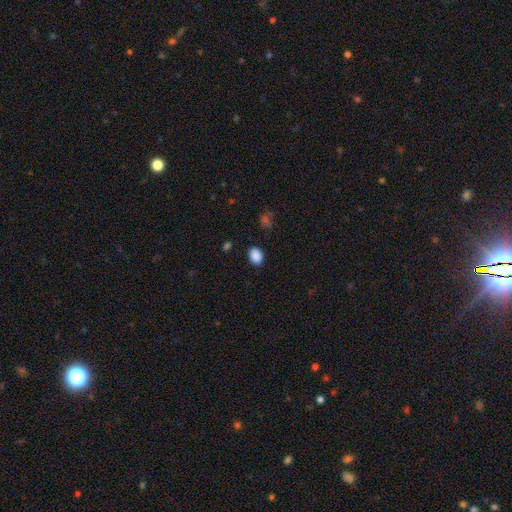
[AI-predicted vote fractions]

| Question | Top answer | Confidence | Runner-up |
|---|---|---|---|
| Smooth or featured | smooth | 89% | star or artifact (9%) |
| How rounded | in between | 69% | round (30%) |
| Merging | none | 87% | minor disturbance (9%) |